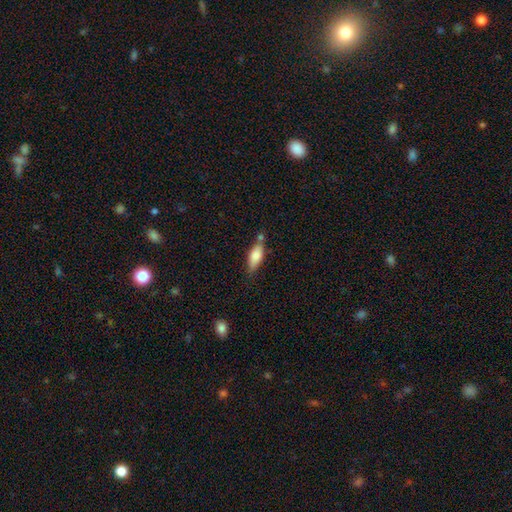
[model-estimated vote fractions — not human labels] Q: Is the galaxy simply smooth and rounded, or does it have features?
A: smooth — 77%.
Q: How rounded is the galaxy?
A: in between — 71%.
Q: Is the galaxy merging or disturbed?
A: none — 59%.